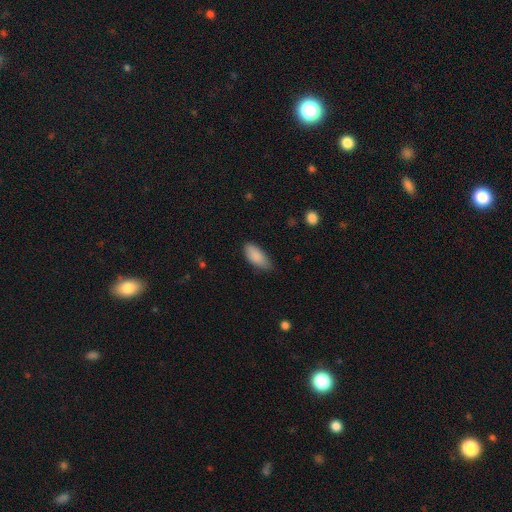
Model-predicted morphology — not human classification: Smooth or featured: smooth — 88% (star or artifact — 6%)
How rounded: in between — 87% (cigar-shaped — 11%)
Merging: none — 69% (minor disturbance — 26%)